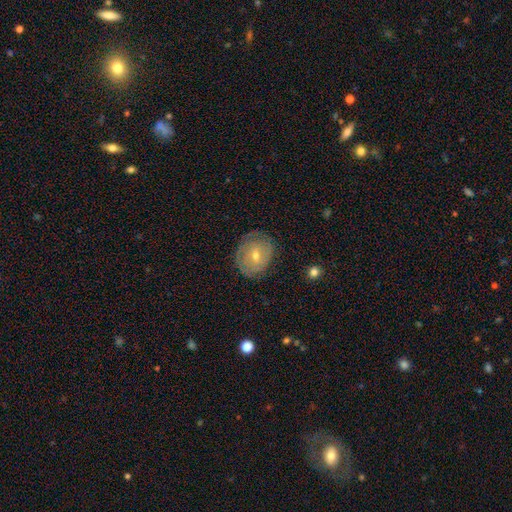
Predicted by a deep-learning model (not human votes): Overall: featured or disk (64%; smooth 27%). Edge-on disk: no (96%). Bar: no (52%; weak 39%). Spiral arms: yes (78%). Bulge size: small (54%; moderate 43%). Merging: none (76%).